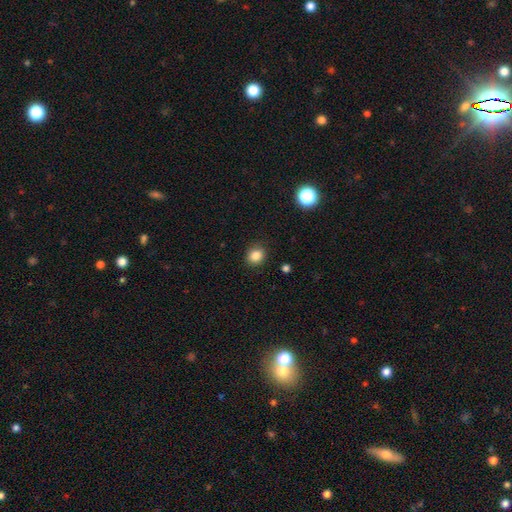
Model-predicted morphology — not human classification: Smooth or featured? smooth (84%)
How rounded? round (67%)
Merging? none (85%)